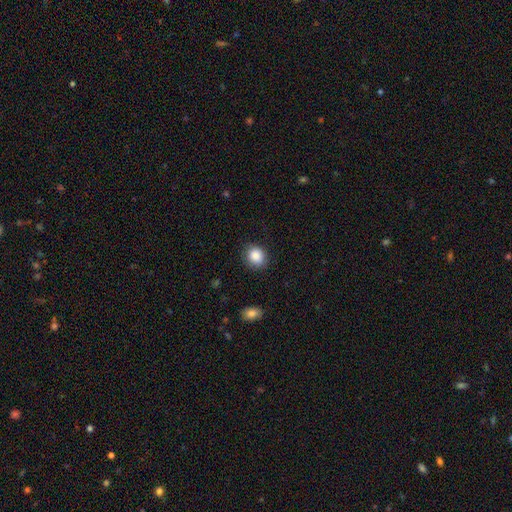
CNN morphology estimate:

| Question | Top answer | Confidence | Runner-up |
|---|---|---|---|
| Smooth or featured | smooth | 87% | star or artifact (9%) |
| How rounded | round | 68% | in between (31%) |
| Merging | none | 85% | minor disturbance (11%) |